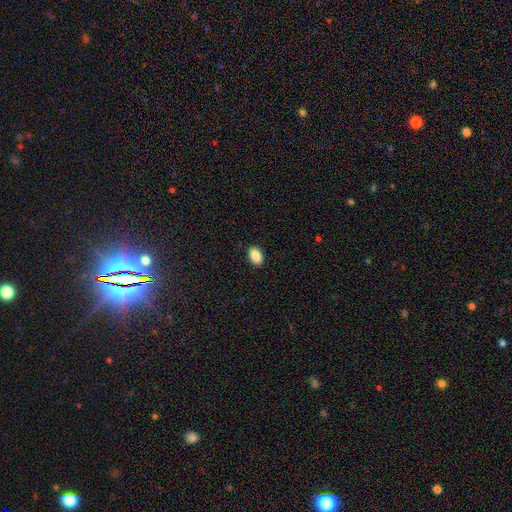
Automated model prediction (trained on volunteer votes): smooth_or_featured: smooth (p=0.88) [alt: star or artifact p=0.08]
how_rounded: in between (p=0.90) [alt: round p=0.08]
merging: none (p=0.89) [alt: minor disturbance p=0.08]